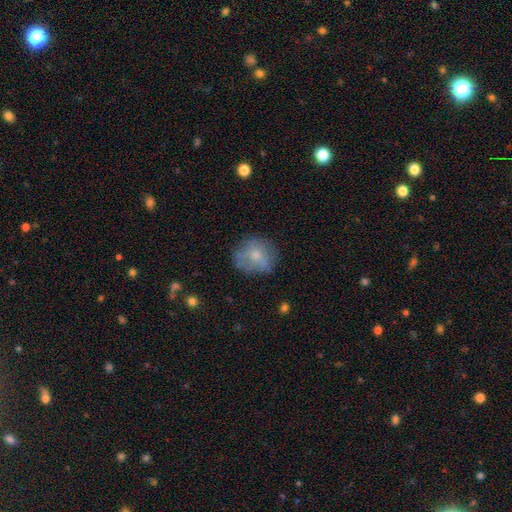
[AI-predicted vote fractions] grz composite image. It shows a smooth galaxy with no disk features (61%) that is round (70%). Merging: none (64%).